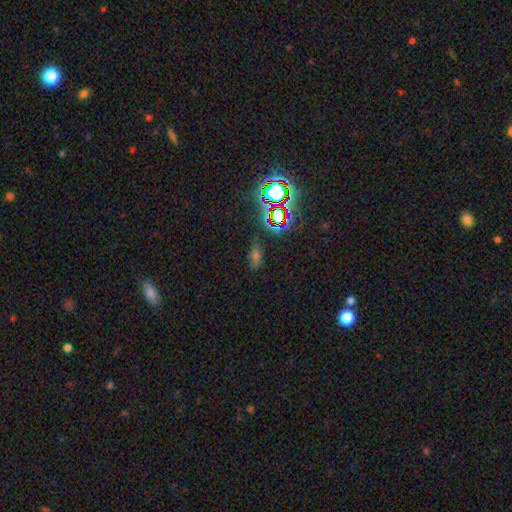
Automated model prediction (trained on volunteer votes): This appears to be a star or artifact, not a galaxy (44%).